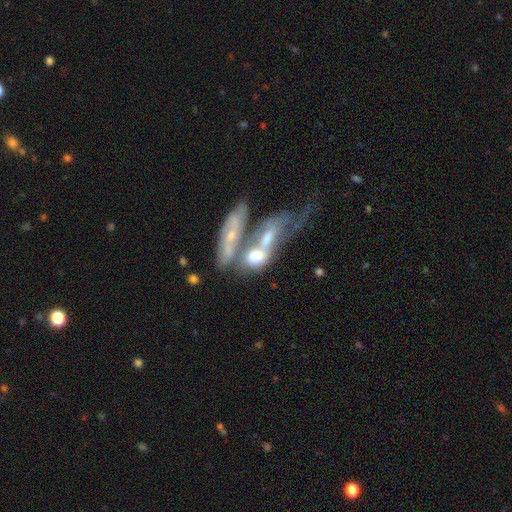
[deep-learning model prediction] Smooth or featured?
  - featured or disk: 49% *
  - smooth: 41%
  - star or artifact: 10%
Merging?
  - merger: 66% *
  - major disturbance: 13%
  - none: 13%
  - minor disturbance: 8%